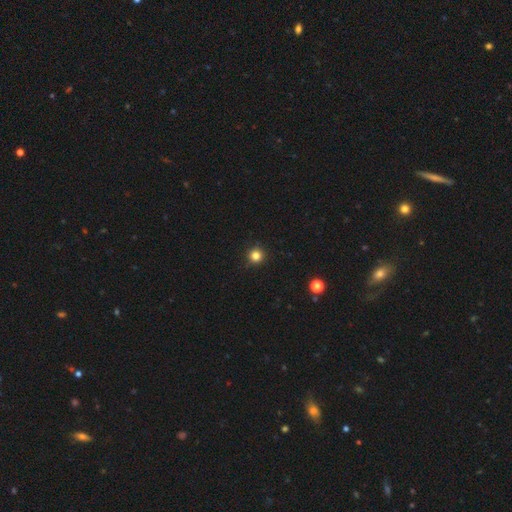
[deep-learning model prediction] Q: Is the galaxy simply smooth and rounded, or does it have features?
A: smooth — 83%.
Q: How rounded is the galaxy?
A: round — 96%.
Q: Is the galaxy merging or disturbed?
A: none — 92%.